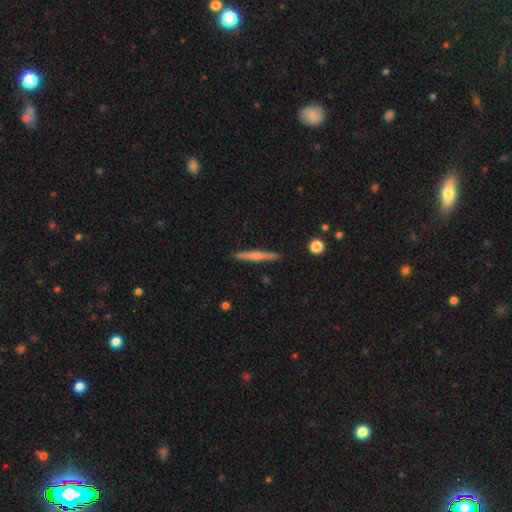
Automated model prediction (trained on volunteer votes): Smooth or featured?
  - featured or disk: 55% *
  - smooth: 38%
  - star or artifact: 6%
Edge-on disk?
  - yes: 97% *
  - no: 3%
Edge-on bulge?
  - rounded: 71% *
  - none: 21%
  - boxy: 8%
Merging?
  - none: 91% *
  - minor disturbance: 6%
  - major disturbance: 1%
  - merger: 1%